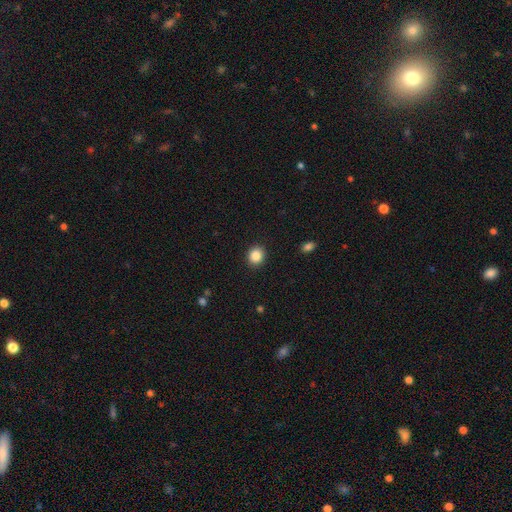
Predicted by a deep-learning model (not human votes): smooth-or-featured: smooth: 87% | star or artifact: 9% | featured or disk: 4%
  how-rounded: round: 77% | in between: 22% | cigar-shaped: 1%
  merging: none: 91% | minor disturbance: 6% | major disturbance: 2% | merger: 1%